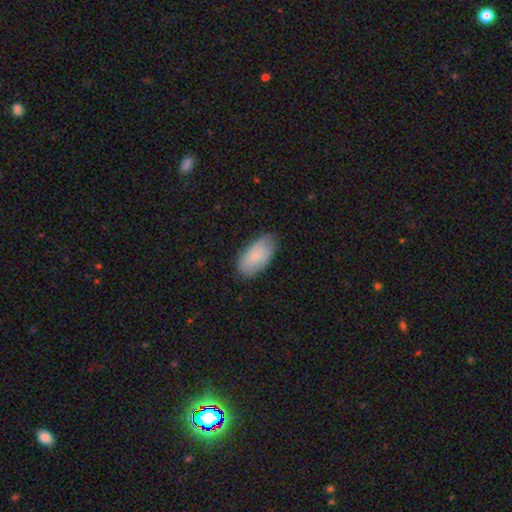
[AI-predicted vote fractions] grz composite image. It shows a smooth galaxy with no disk features (79%) that is in between round and cigar-shaped (94%). Merging: none (76%).